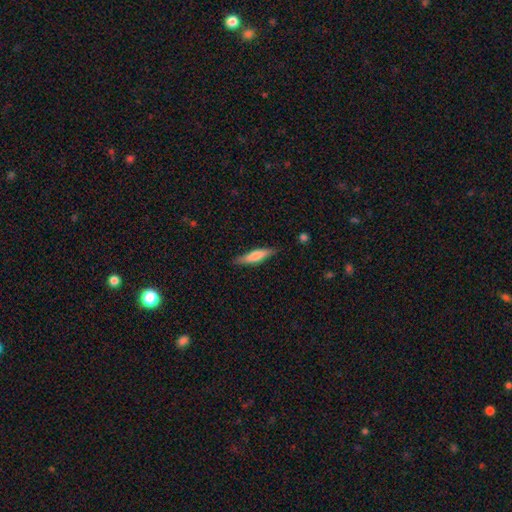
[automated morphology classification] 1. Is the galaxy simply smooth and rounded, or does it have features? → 69% smooth, 25% featured or disk, 6% star or artifact.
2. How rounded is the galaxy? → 82% cigar-shaped, 17% in between, 2% round.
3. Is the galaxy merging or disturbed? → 84% none, 12% minor disturbance, 2% major disturbance, 1% merger.